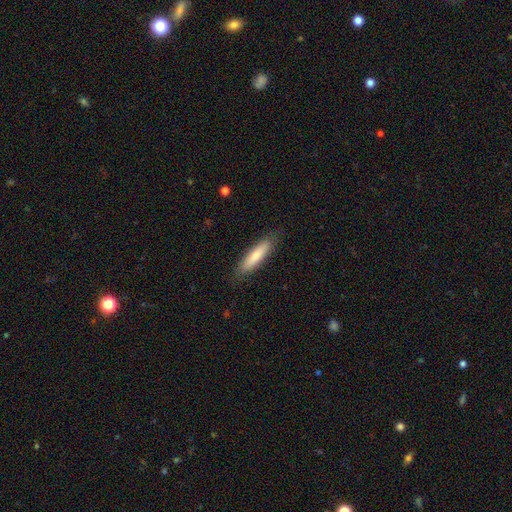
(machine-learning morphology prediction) Overall: smooth (78%). How rounded: cigar-shaped (78%). Merging: none (86%).